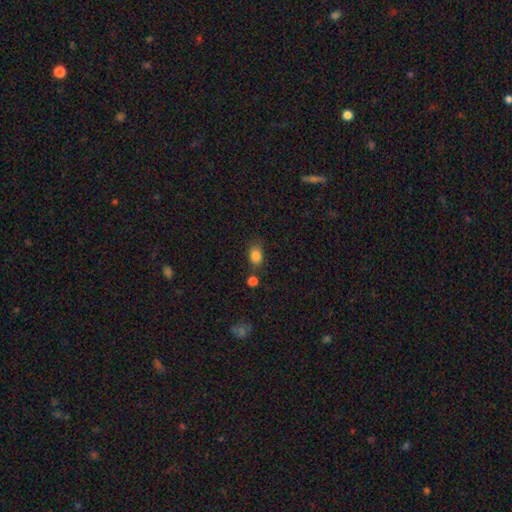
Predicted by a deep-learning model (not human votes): This is clearly a smooth galaxy (83%). How rounded: likely in between (73%). Merging: likely none (65%).